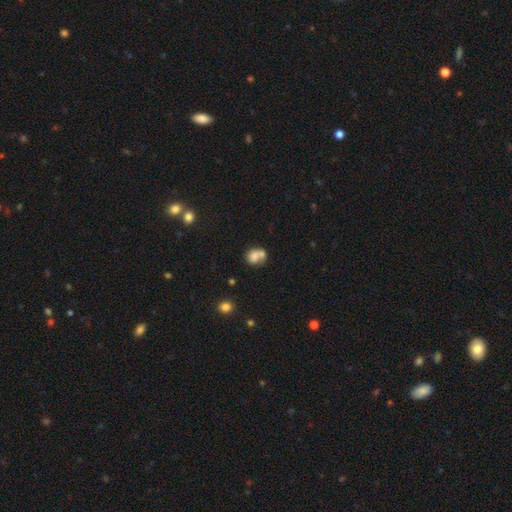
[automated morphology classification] Smooth or featured? Predicted: smooth (p=0.70). How rounded? Predicted: round (p=0.53). Merging? Predicted: merger (p=0.53).